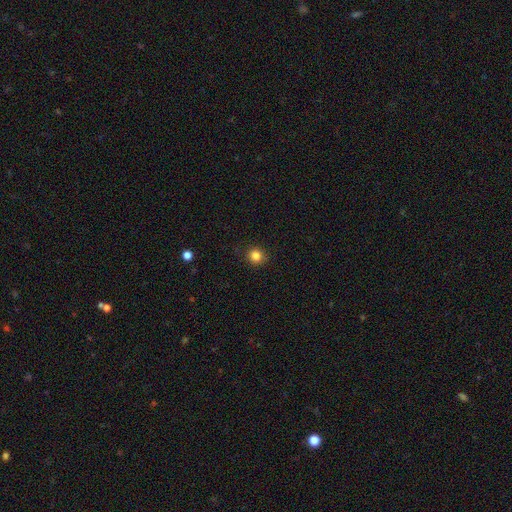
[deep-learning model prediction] A smooth galaxy with no disk features (84%) that is round (90%).

Vote fractions:
- Smooth or featured? smooth: 84% / star or artifact: 12% / featured or disk: 4%
- How rounded? round: 90% / in between: 9% / cigar-shaped: 1%
- Merging? none: 89% / minor disturbance: 8% / major disturbance: 2% / merger: 1%